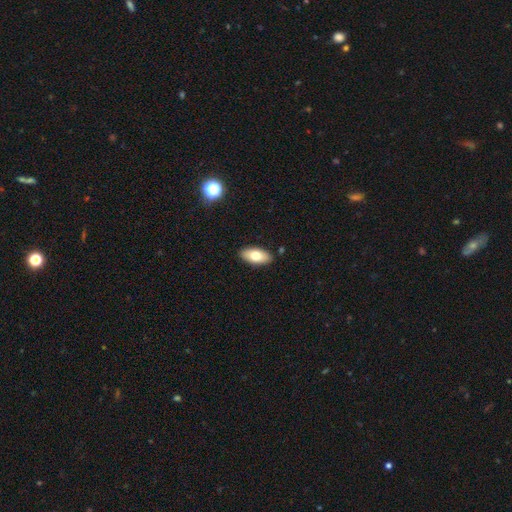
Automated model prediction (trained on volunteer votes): smooth_or_featured: smooth (p=0.73) [alt: featured or disk p=0.19]
how_rounded: in between (p=0.91) [alt: cigar-shaped p=0.06]
merging: none (p=0.88) [alt: minor disturbance p=0.08]